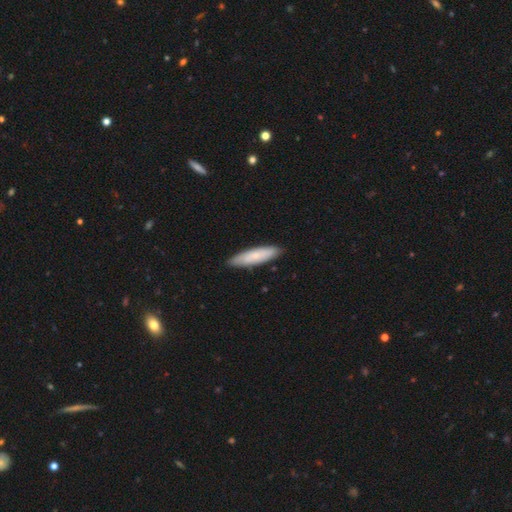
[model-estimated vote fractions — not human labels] Q: Smooth or featured?
A: smooth (68%); runner-up: featured or disk (26%)
Q: How rounded?
A: cigar-shaped (73%); runner-up: in between (26%)
Q: Merging?
A: none (87%); runner-up: minor disturbance (10%)